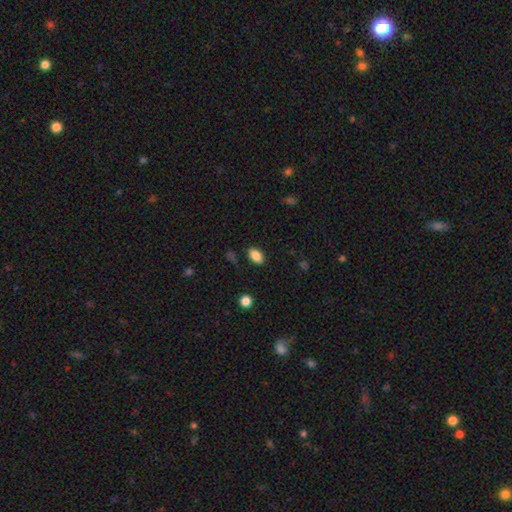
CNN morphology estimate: Smooth or featured? smooth (86%)
How rounded? in between (90%)
Merging? none (85%)